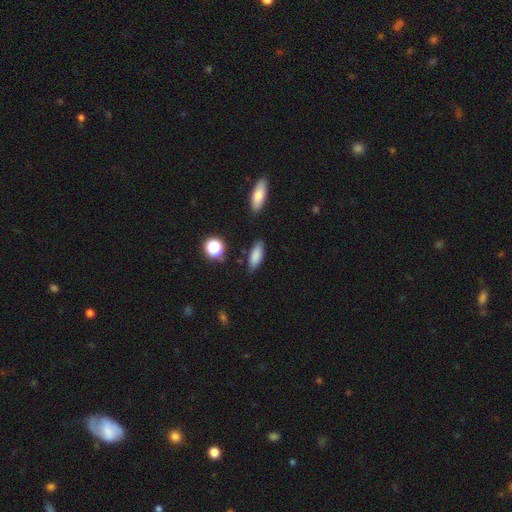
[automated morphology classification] Smooth or featured? Predicted: smooth (p=0.83). How rounded? Predicted: in between (p=0.69). Merging? Predicted: none (p=0.80).